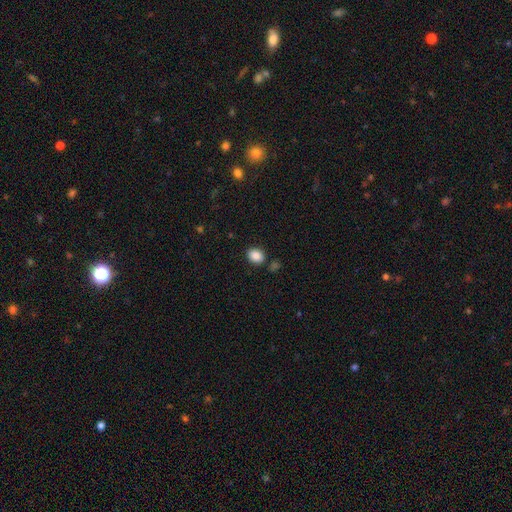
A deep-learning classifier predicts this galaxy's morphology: Smooth or featured?
  - smooth: 88% *
  - star or artifact: 9%
  - featured or disk: 3%
How rounded?
  - in between: 56% *
  - round: 43%
  - cigar-shaped: 1%
Merging?
  - none: 82% *
  - minor disturbance: 10%
  - merger: 5%
  - major disturbance: 3%